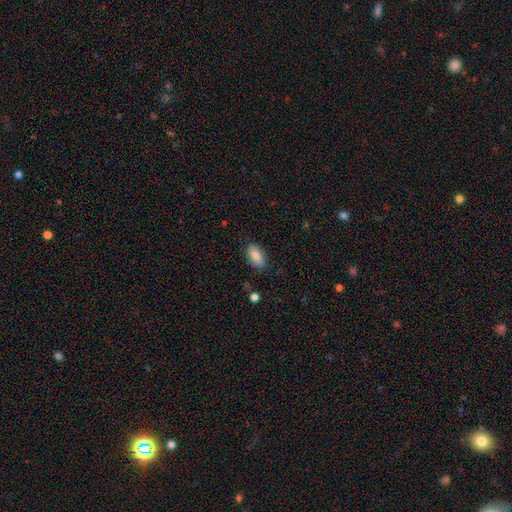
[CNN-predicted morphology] Smooth or featured? smooth (86%)
How rounded? in between (91%)
Merging? none (84%)